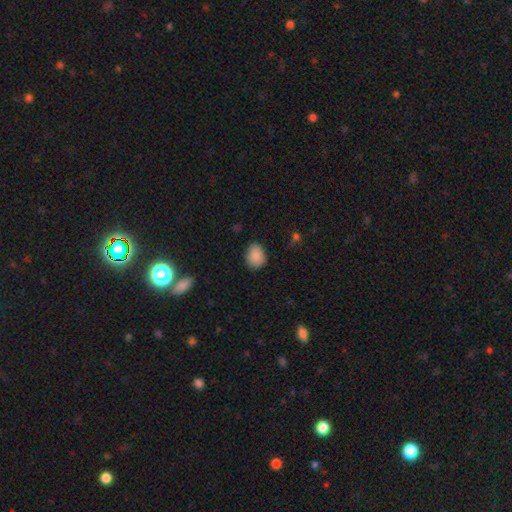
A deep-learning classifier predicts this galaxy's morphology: This appears to be a smooth galaxy with no disk features (88%) that is in between round and cigar-shaped (60%). Merging: none (80%).